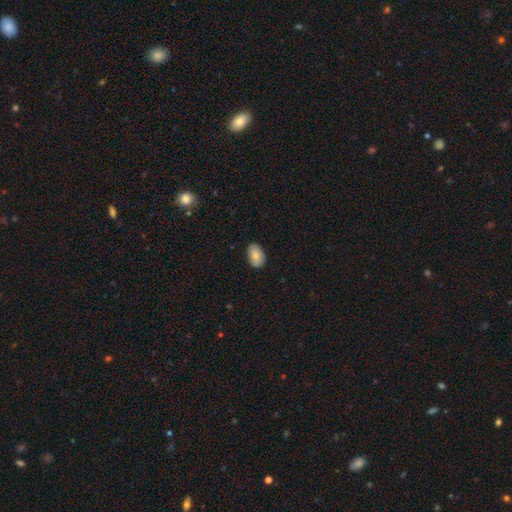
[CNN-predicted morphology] A smooth galaxy with no disk features (80%) that is in between round and cigar-shaped (88%). Merging: none (80%).